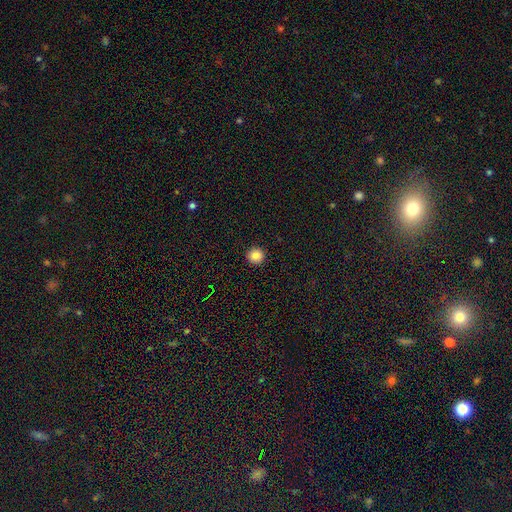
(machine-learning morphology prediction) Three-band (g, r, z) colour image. It shows a smooth galaxy with no disk features (84%) that is round (95%). Merging: none (93%).